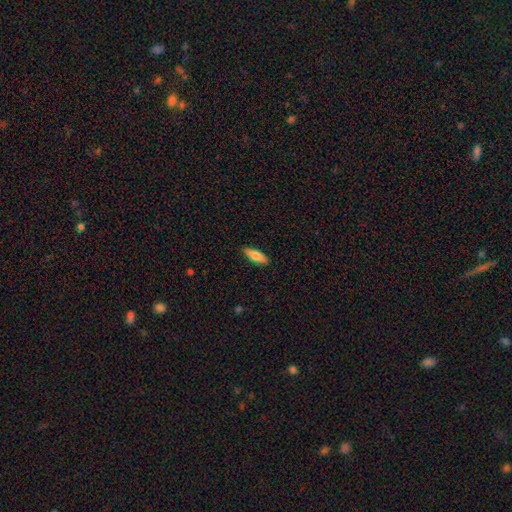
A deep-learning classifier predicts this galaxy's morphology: smooth_or_featured: smooth (p=0.74) [alt: featured or disk p=0.20]
how_rounded: in between (p=0.58) [alt: cigar-shaped p=0.40]
merging: none (p=0.89) [alt: minor disturbance p=0.08]